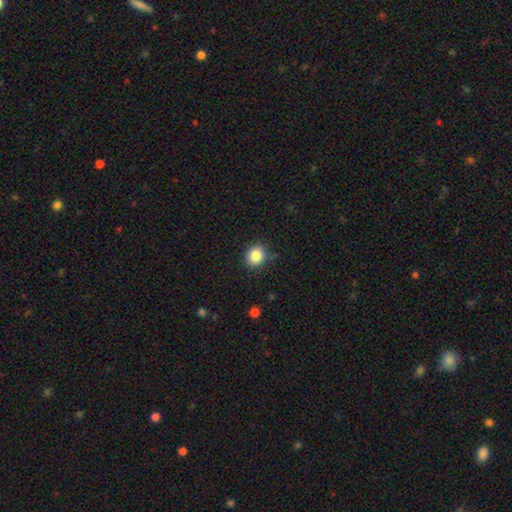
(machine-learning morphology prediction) Q: Smooth or featured?
A: smooth (85%); runner-up: star or artifact (10%)
Q: How rounded?
A: round (72%); runner-up: in between (27%)
Q: Merging?
A: none (86%); runner-up: minor disturbance (11%)